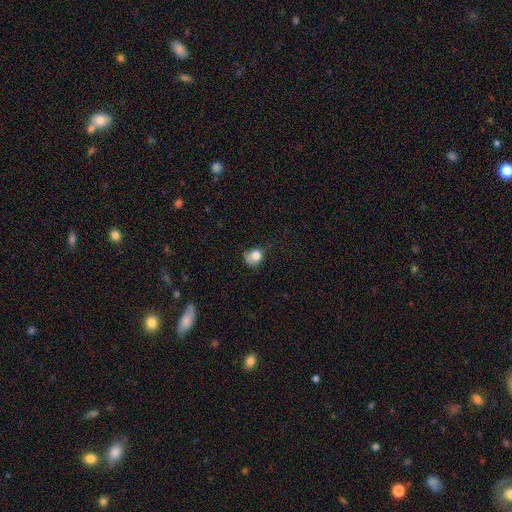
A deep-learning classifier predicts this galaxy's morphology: type=smooth (76%); roundness=round (56%); merging=minor disturbance (35%).